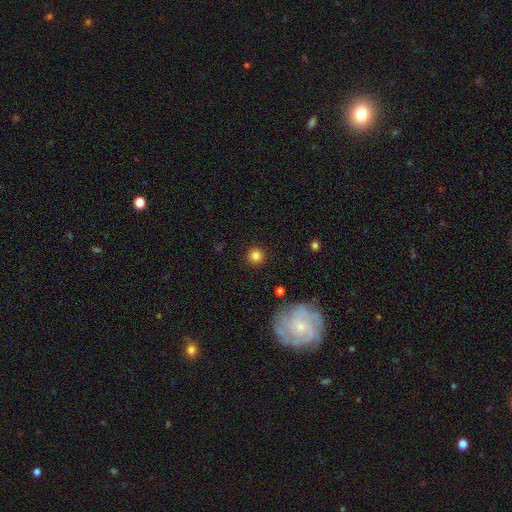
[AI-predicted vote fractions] A smooth galaxy with no disk features (82%) that is round (94%). Merging: none (91%).